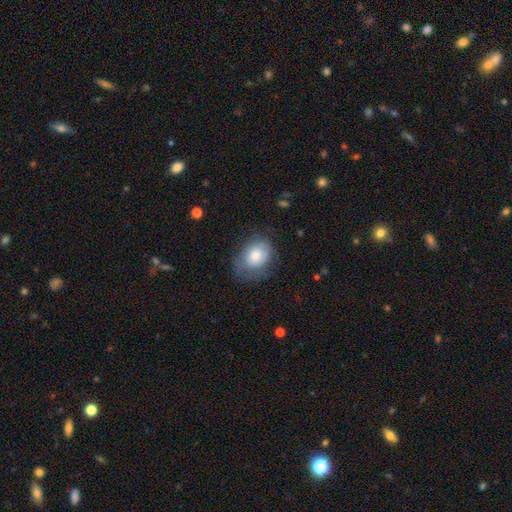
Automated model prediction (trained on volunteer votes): This is likely a smooth galaxy (70%). How rounded: likely in between (66%). Merging: possibly none (56%).